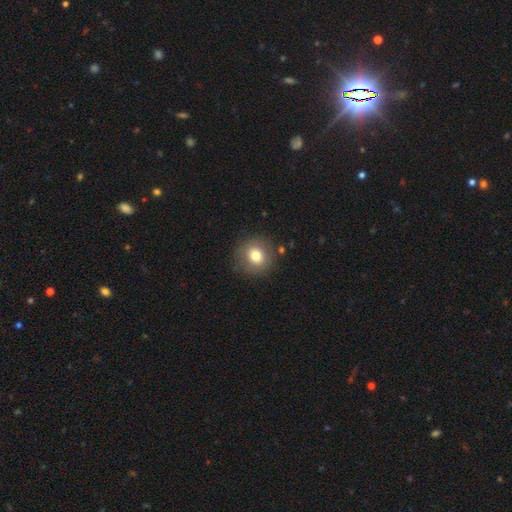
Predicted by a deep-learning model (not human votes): This is likely a smooth galaxy (77%). How rounded: clearly round (90%). Merging: clearly none (84%).